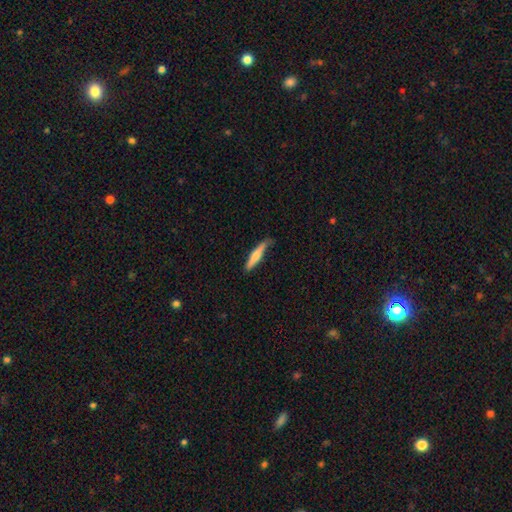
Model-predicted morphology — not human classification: A smooth galaxy with no disk features (63%) that is cigar-shaped (91%). Merging: none (64%).